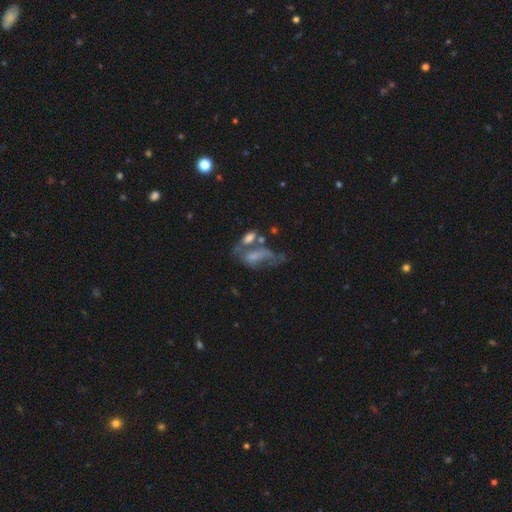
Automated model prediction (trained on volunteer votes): Smooth or featured? smooth (45%)
Merging? merger (39%)